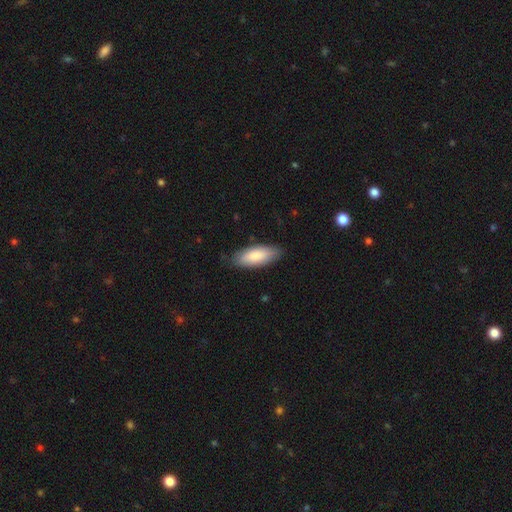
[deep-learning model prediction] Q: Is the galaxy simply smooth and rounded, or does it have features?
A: smooth — 84%.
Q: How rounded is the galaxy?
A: in between — 74%.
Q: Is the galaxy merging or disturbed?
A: none — 82%.